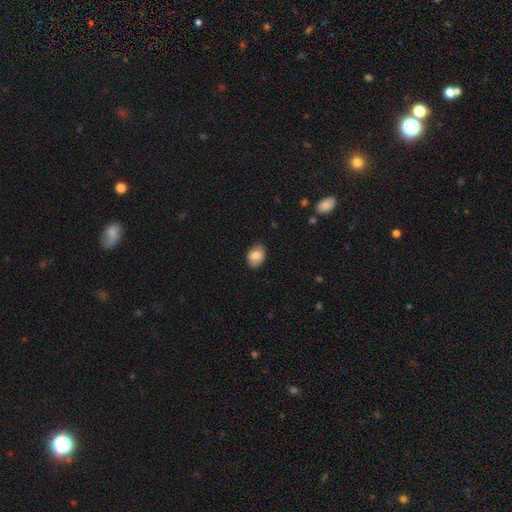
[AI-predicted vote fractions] This appears to be a smooth galaxy with no disk features (77%) that is in between round and cigar-shaped (76%). Merging: none (78%).